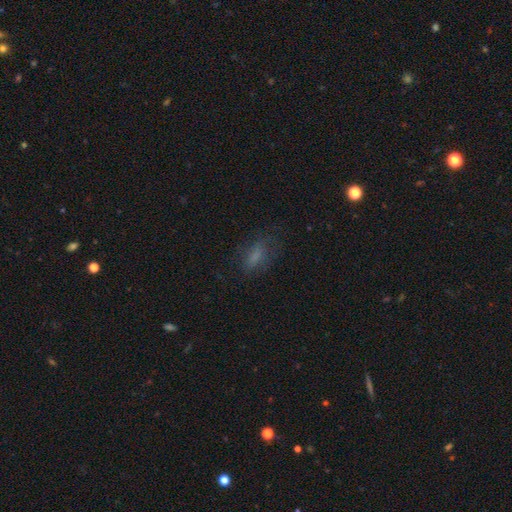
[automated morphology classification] smooth-or-featured: smooth: 67% | featured or disk: 18% | star or artifact: 16%
  how-rounded: in between: 75% | cigar-shaped: 18% | round: 7%
  merging: none: 63% | minor disturbance: 21% | major disturbance: 14% | merger: 2%